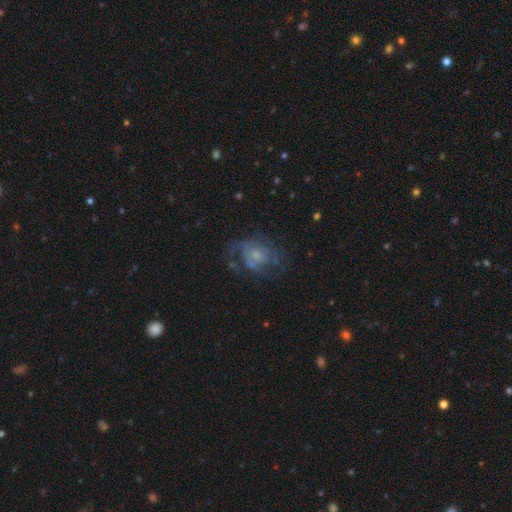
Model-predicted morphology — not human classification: Smooth or featured?
  - featured or disk: 66% *
  - smooth: 24%
  - star or artifact: 10%
Edge-on disk?
  - no: 97% *
  - yes: 3%
Bar?
  - no: 76% *
  - weak: 21%
  - strong: 3%
Spiral arms?
  - yes: 70% *
  - no: 30%
Bulge size?
  - small: 49% *
  - moderate: 35%
  - none: 10%
  - large: 5%
  - dominant: 1%
Merging?
  - none: 47% *
  - major disturbance: 30%
  - minor disturbance: 20%
  - merger: 3%